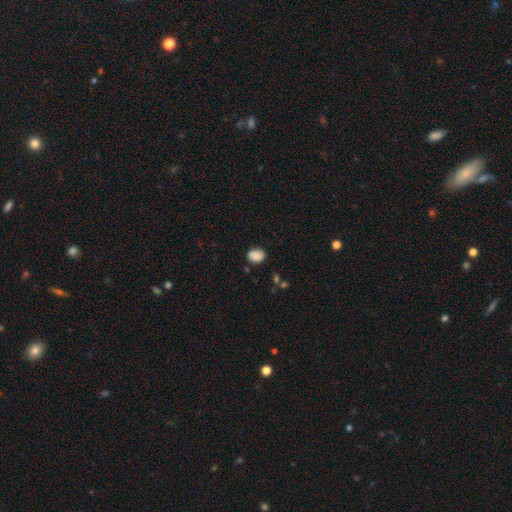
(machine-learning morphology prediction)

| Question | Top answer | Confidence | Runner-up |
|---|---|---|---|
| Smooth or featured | smooth | 87% | star or artifact (9%) |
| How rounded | in between | 61% | round (38%) |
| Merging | none | 78% | minor disturbance (16%) |